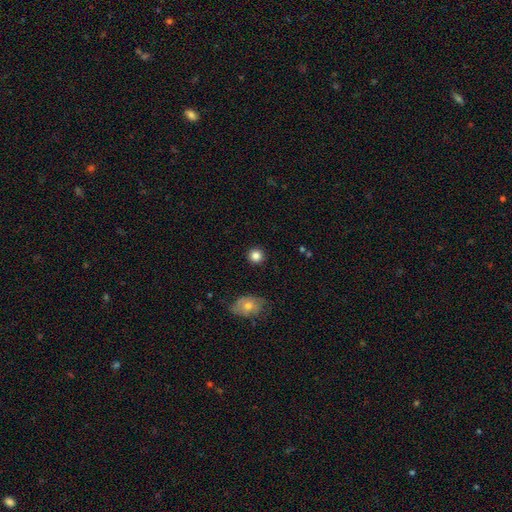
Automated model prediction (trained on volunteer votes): Q: Smooth or featured?
A: smooth (84%); runner-up: star or artifact (10%)
Q: How rounded?
A: round (92%); runner-up: in between (7%)
Q: Merging?
A: none (91%); runner-up: minor disturbance (6%)